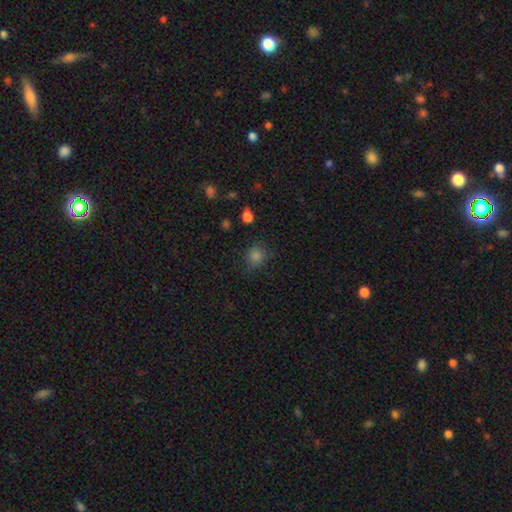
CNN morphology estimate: Smooth or featured? Predicted: smooth (p=0.78). How rounded? Predicted: round (p=0.82). Merging? Predicted: none (p=0.81).